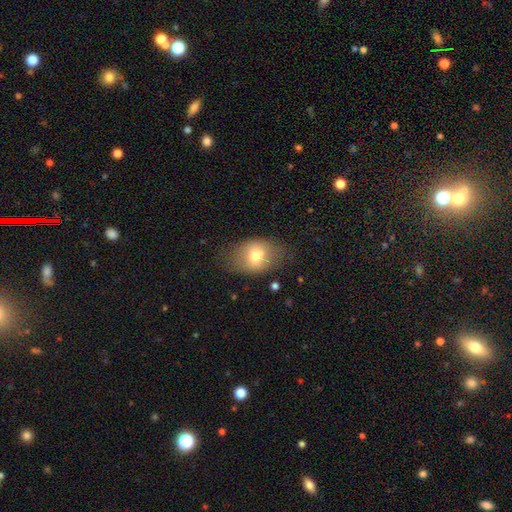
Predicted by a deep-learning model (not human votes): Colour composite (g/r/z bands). It shows a smooth galaxy with no disk features (72%) that is in between round and cigar-shaped (77%). Merging: none (67%).